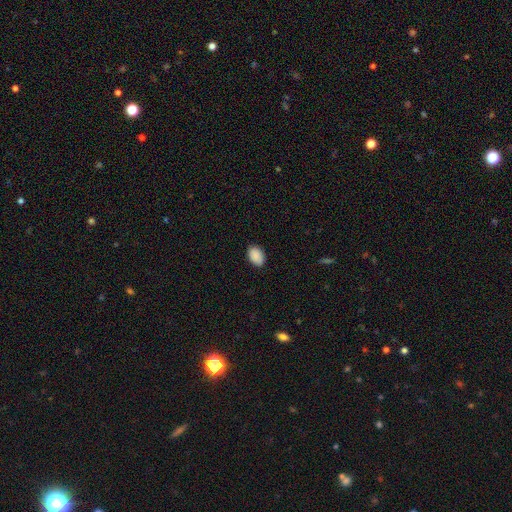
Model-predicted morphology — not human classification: smooth_or_featured: smooth (p=0.91) [alt: star or artifact p=0.07]
how_rounded: in between (p=0.88) [alt: round p=0.11]
merging: none (p=0.88) [alt: minor disturbance p=0.09]